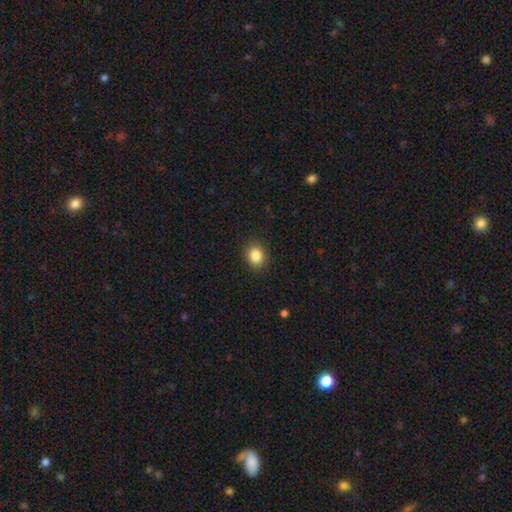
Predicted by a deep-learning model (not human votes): Q: Smooth or featured?
A: smooth (85%); runner-up: star or artifact (10%)
Q: How rounded?
A: round (66%); runner-up: in between (33%)
Q: Merging?
A: none (89%); runner-up: minor disturbance (8%)